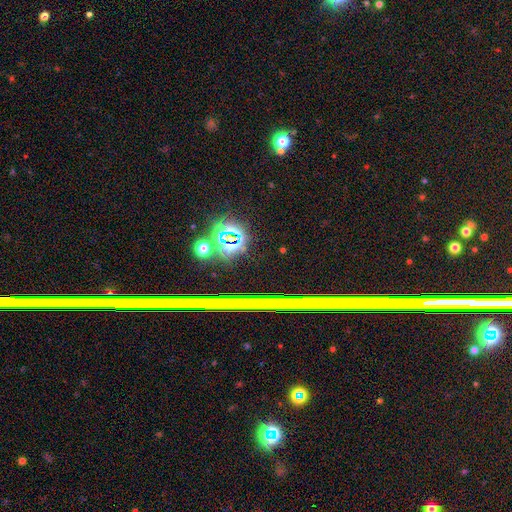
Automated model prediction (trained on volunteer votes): Smooth or featured? star or artifact (70%)